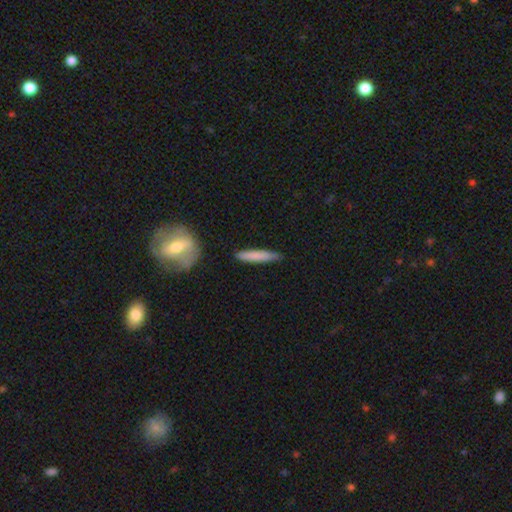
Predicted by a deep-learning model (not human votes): This appears to be a smooth galaxy with no disk features (77%) that is cigar-shaped (91%). Merging: none (84%).